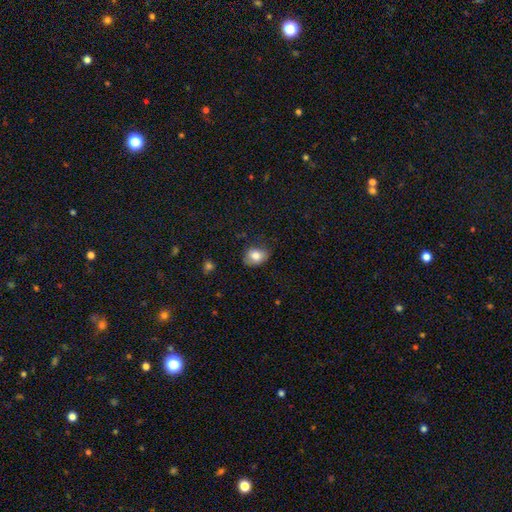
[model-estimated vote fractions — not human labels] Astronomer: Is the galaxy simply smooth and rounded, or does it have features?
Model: smooth — 81%.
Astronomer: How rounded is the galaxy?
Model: in between — 65%.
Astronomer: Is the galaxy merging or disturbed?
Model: none — 67%.